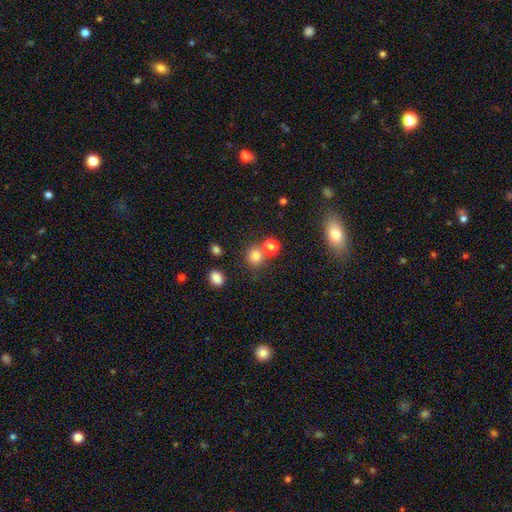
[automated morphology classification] A smooth galaxy with no disk features (80%) that is round (85%).

Vote fractions:
- Smooth or featured? smooth: 80% / star or artifact: 14% / featured or disk: 7%
- How rounded? round: 85% / in between: 14% / cigar-shaped: 1%
- Merging? none: 63% / merger: 25% / minor disturbance: 9% / major disturbance: 3%